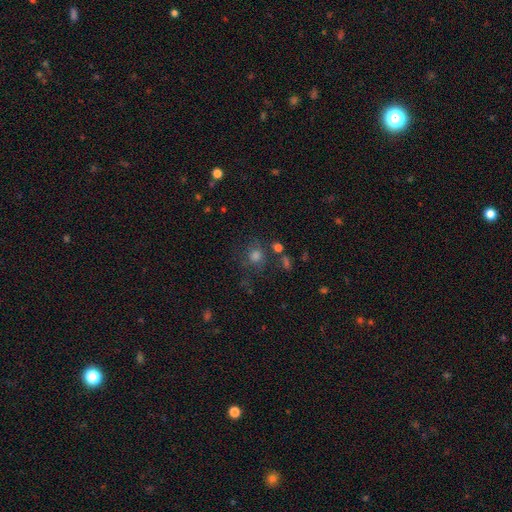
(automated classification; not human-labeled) smooth-or-featured: smooth: 66% | star or artifact: 24% | featured or disk: 10%
  how-rounded: round: 83% | in between: 16% | cigar-shaped: 1%
  merging: none: 73% | minor disturbance: 13% | major disturbance: 7% | merger: 7%